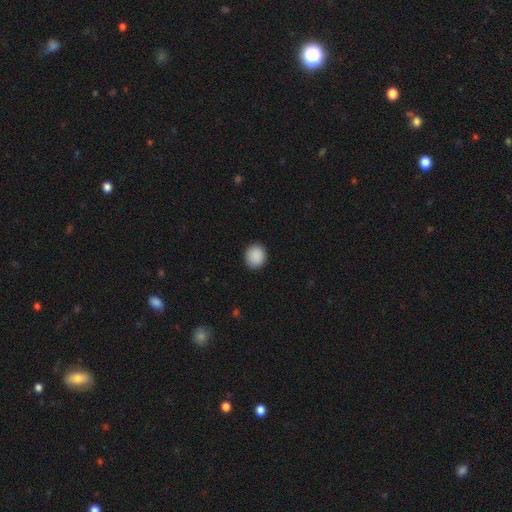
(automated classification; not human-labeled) smooth_or_featured: smooth (p=0.90) [alt: star or artifact p=0.07]
how_rounded: round (p=0.85) [alt: in between p=0.14]
merging: none (p=0.91) [alt: minor disturbance p=0.06]